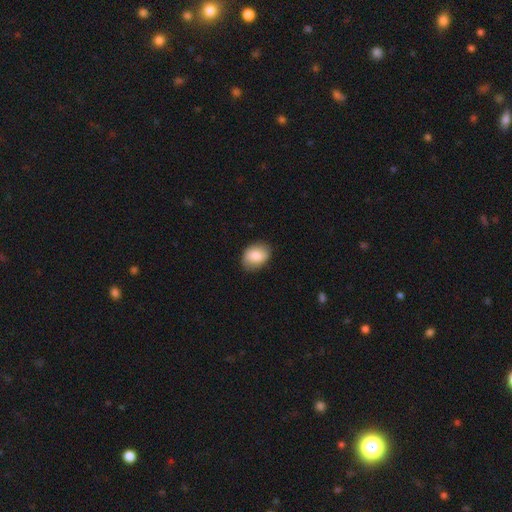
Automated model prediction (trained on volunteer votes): This appears to be a smooth galaxy with no disk features (81%) that is in between round and cigar-shaped (68%). Merging: none (82%).